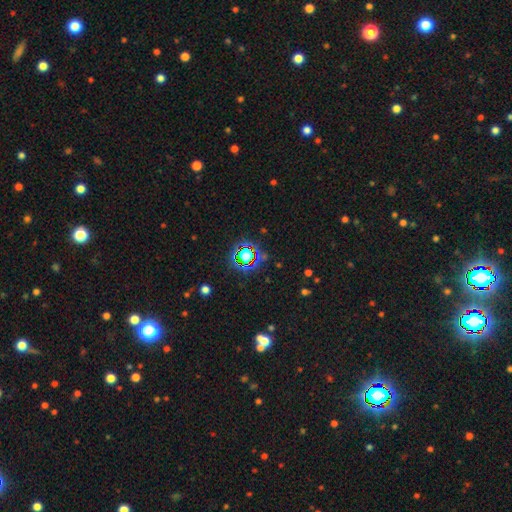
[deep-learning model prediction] Overall: star or artifact (79%).